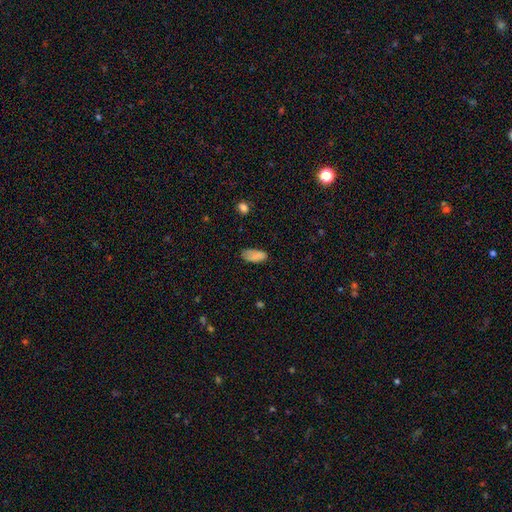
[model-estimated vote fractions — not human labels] This is clearly a smooth galaxy (83%). How rounded: clearly in between (90%). Merging: likely none (62%).